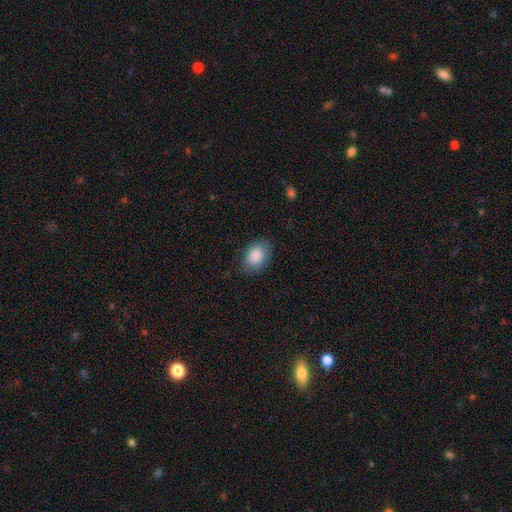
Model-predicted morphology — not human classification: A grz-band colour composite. It shows a smooth galaxy with no disk features (88%) that is in between round and cigar-shaped (75%). Merging: none (80%).